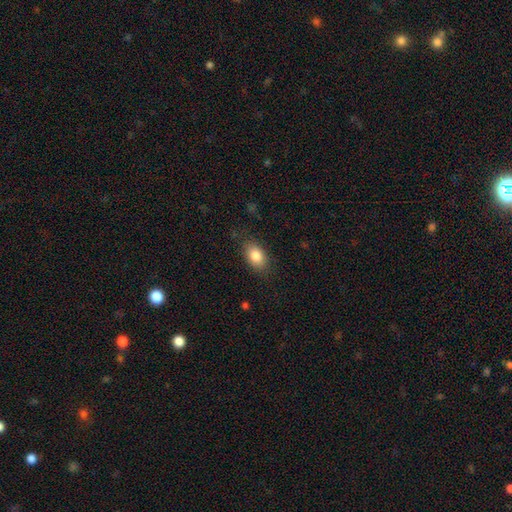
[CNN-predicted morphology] type=smooth (84%); roundness=in between (89%); merging=none (82%).